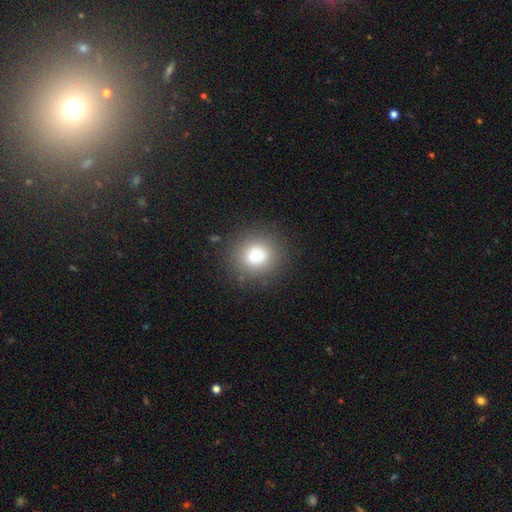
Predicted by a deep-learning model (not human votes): Morphology: type=smooth (71%); roundness=round (91%); merging=none (82%).